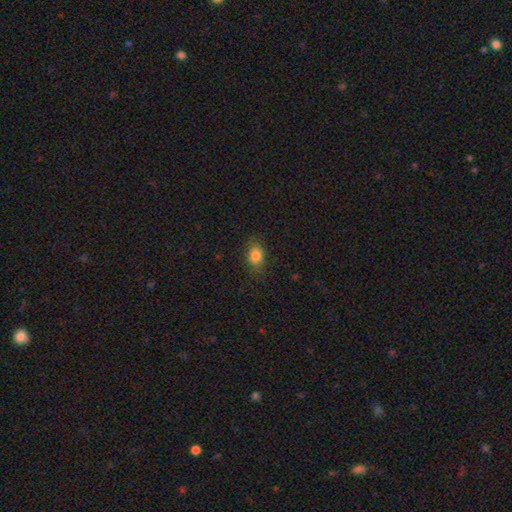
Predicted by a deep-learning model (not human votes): Smooth or featured? smooth (83%)
How rounded? in between (67%)
Merging? none (81%)